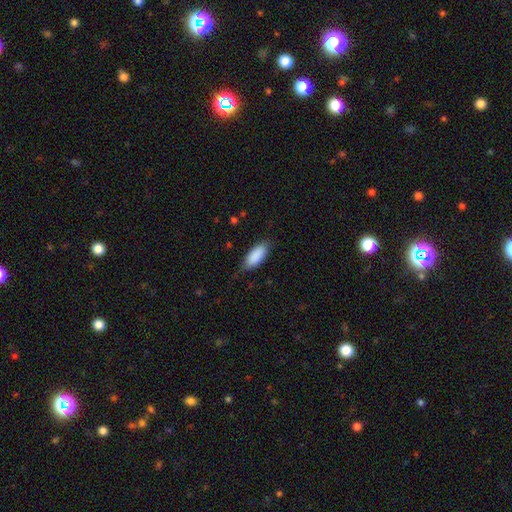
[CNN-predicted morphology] This appears to be a smooth galaxy with no disk features (89%) that is in between round and cigar-shaped (85%). Merging: none (76%).